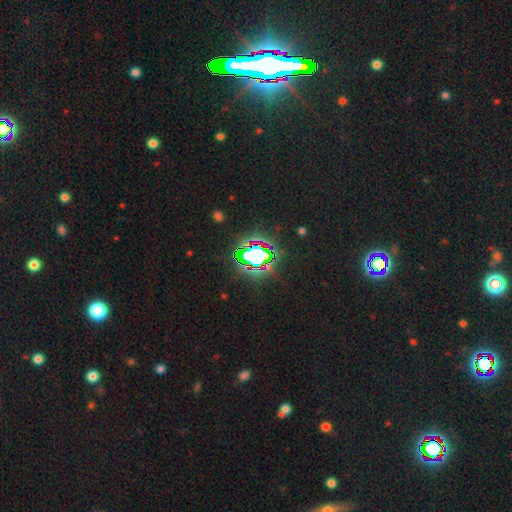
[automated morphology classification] star or artifact 72%, smooth 16%, featured or disk 11%.